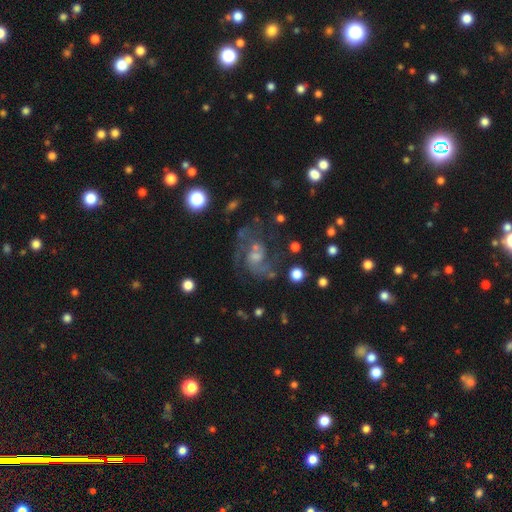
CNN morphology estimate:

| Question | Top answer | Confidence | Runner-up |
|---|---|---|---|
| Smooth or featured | featured or disk | 70% | star or artifact (15%) |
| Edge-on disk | no | 97% | yes (3%) |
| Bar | no | 64% | weak (30%) |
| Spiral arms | yes | 83% | no (17%) |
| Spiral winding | medium | 49% | loose (29%) |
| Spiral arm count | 2 | 58% | can't tell (19%) |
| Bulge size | small | 43% | moderate (35%) |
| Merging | none | 50% | major disturbance (24%) |